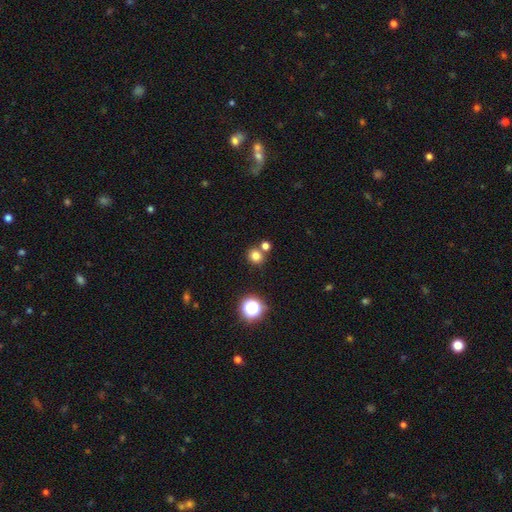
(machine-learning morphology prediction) Smooth or featured? Predicted: smooth (p=0.77). How rounded? Predicted: round (p=0.87). Merging? Predicted: none (p=0.70).